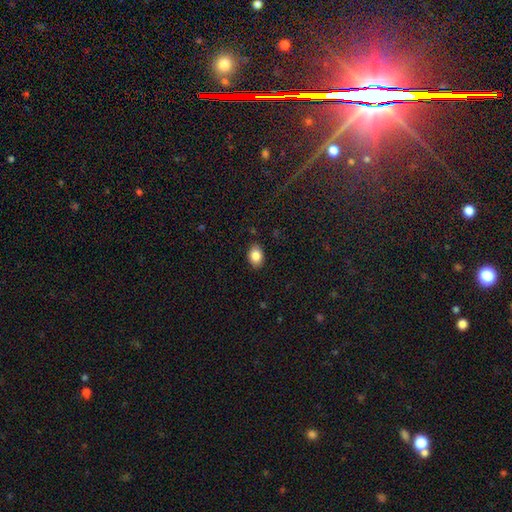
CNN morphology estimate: Smooth or featured? smooth (85%)
How rounded? in between (75%)
Merging? none (88%)